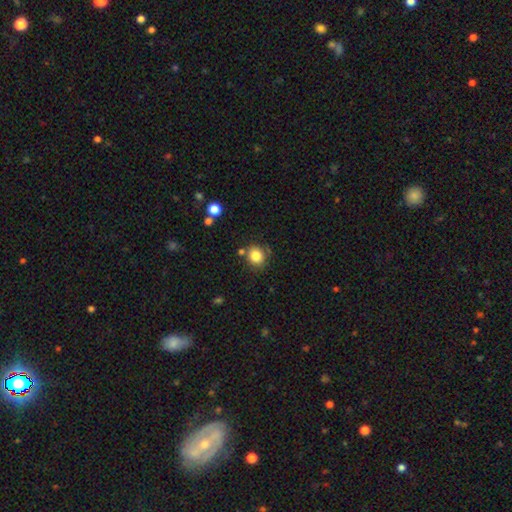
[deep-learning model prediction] A smooth galaxy with no disk features (84%) that is round (79%). Merging: none (77%).